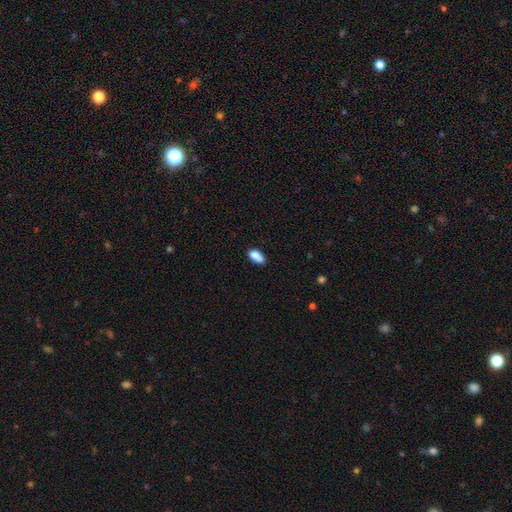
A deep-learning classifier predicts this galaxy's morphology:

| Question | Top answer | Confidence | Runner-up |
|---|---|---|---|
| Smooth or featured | smooth | 77% | featured or disk (13%) |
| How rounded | in between | 85% | round (9%) |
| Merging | none | 43% | merger (29%) |